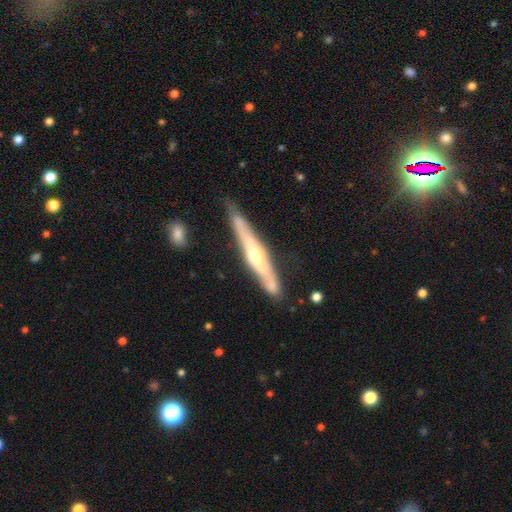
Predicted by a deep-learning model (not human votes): smooth-or-featured: featured or disk: 75% | smooth: 20% | star or artifact: 5%
  disk-edge-on: yes: 90% | no: 10%
    edge-on-bulge: rounded: 79% | none: 13% | boxy: 8%
  merging: none: 77% | minor disturbance: 16% | major disturbance: 3% | merger: 3%